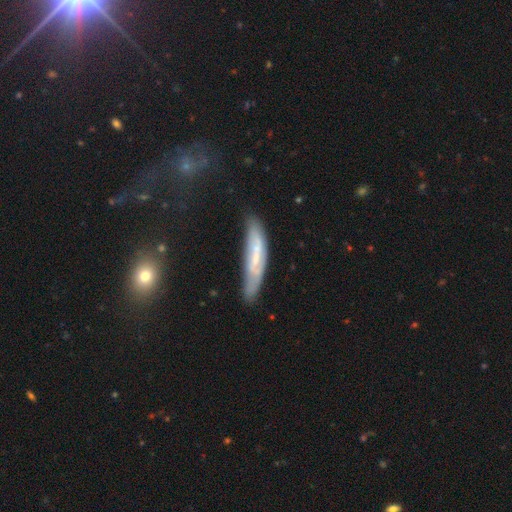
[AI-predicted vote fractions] The model was most divided on "edge-on disk": no: 51%, yes: 49%. More confident: merging — none (62%); smooth or featured — featured or disk (53%).